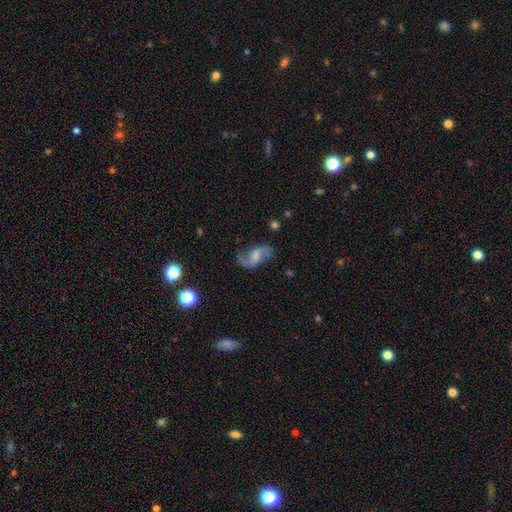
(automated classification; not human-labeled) smooth-or-featured: featured or disk: 78% | smooth: 15% | star or artifact: 7%
  disk-edge-on: no: 96% | yes: 4%
    bar: weak: 48% | no: 39% | strong: 13%
    has-spiral-arms: yes: 94% | no: 6%
      spiral-winding: loose: 71% | medium: 24% | tight: 5%
      spiral-arm-count: 2: 91% | can't tell: 3% | 1: 3% | 3: 1% | 4: 1% | more than 4: 1%
    bulge-size: moderate: 33% | small: 27% | none: 27% | large: 11% | dominant: 2%
  merging: none: 68% | minor disturbance: 19% | major disturbance: 11% | merger: 2%